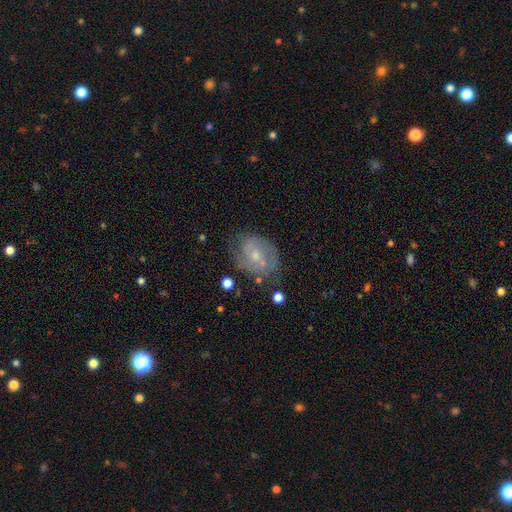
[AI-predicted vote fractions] smooth_or_featured: featured or disk (p=0.70) [alt: smooth p=0.22]
disk_edge_on: no (p=0.97) [alt: yes p=0.03]
bar: no (p=0.57) [alt: weak p=0.37]
has_spiral_arms: yes (p=0.83) [alt: no p=0.17]
spiral_winding: tight (p=0.45) [alt: medium p=0.41]
spiral_arm_count: 2 (p=0.61) [alt: can't tell p=0.24]
bulge_size: small (p=0.54) [alt: moderate p=0.39]
merging: none (p=0.65) [alt: minor disturbance p=0.22]